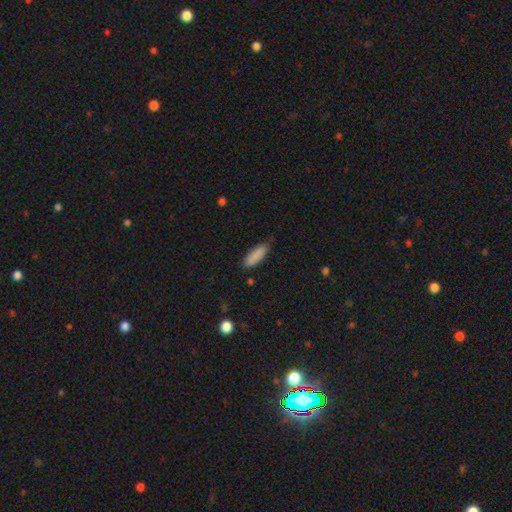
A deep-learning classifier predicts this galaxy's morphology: type=smooth (89%); roundness=in between (53%); merging=none (82%).